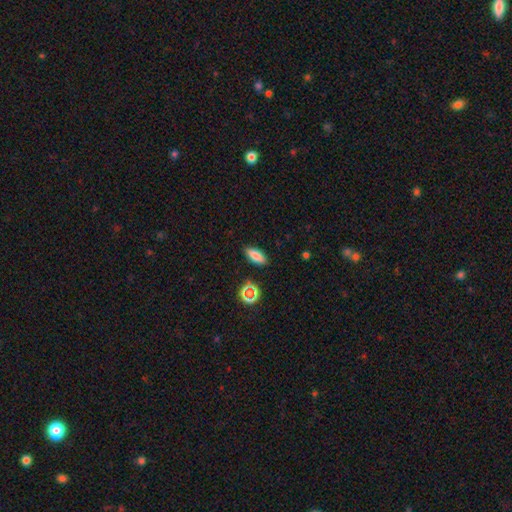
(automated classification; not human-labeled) Morphology: type=smooth (80%); roundness=in between (78%); merging=none (88%).